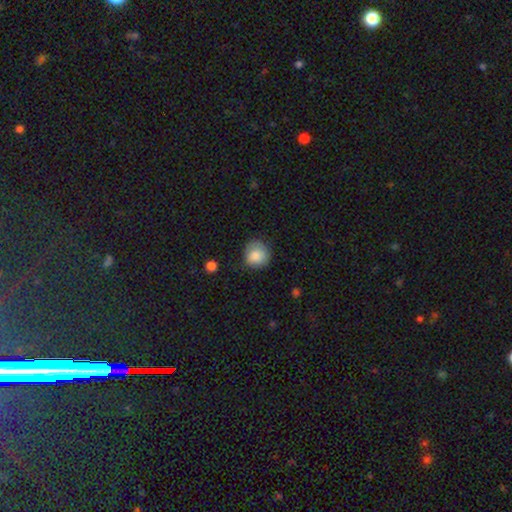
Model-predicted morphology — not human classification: This appears to be a smooth galaxy with no disk features (85%) that is round (88%). Merging: none (73%).